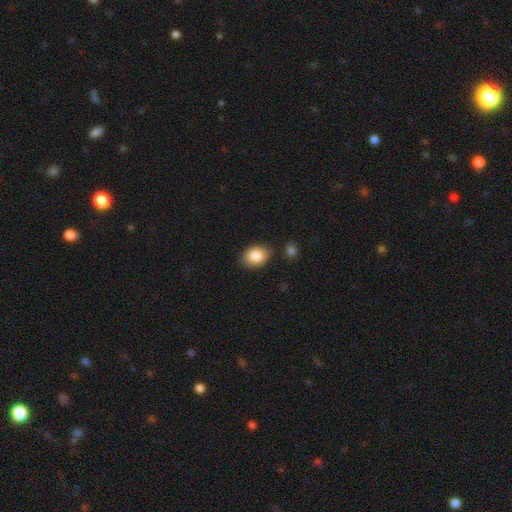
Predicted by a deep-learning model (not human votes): Smooth or featured: smooth — 86% (star or artifact — 7%)
How rounded: in between — 75% (round — 24%)
Merging: none — 80% (minor disturbance — 12%)